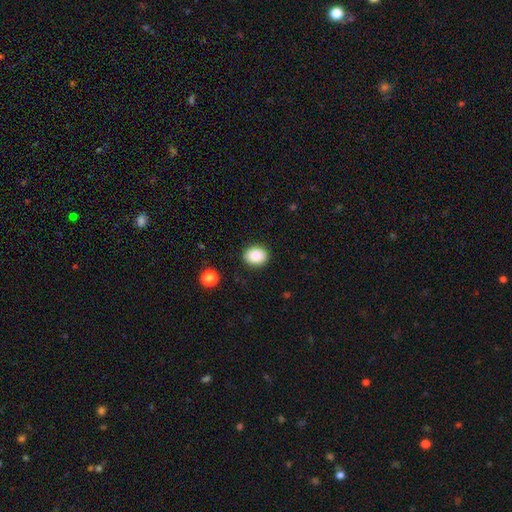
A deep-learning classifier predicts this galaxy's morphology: Q: Smooth or featured?
A: smooth (86%); runner-up: star or artifact (9%)
Q: How rounded?
A: round (59%); runner-up: in between (40%)
Q: Merging?
A: none (90%); runner-up: minor disturbance (7%)